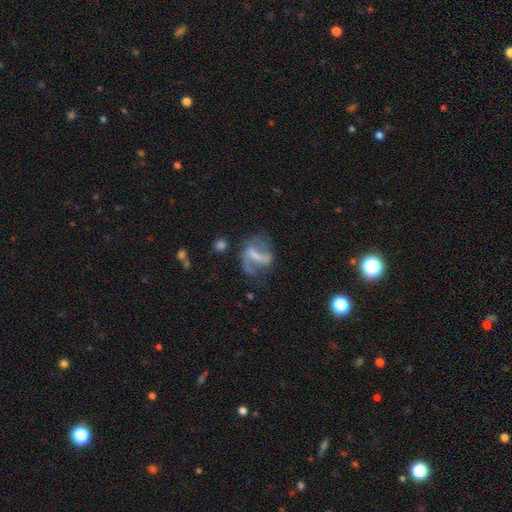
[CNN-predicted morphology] Smooth or featured? featured or disk (69%)
Edge-on disk? no (96%)
Bar? strong (48%)
Spiral arms? yes (76%)
Spiral winding? loose (50%)
Spiral arm count? 2 (75%)
Bulge size? none (46%)
Merging? none (46%)